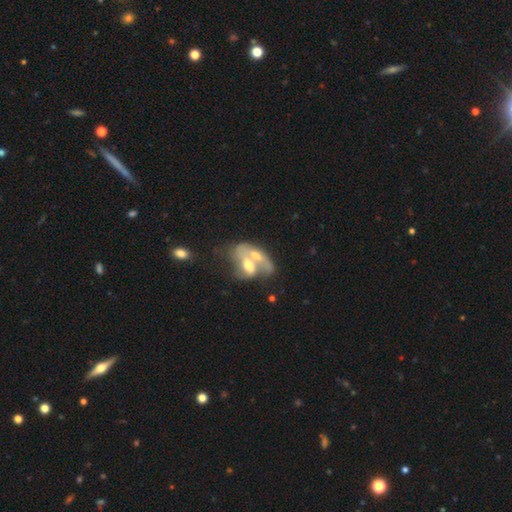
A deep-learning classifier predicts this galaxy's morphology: A featured or disk galaxy (55%) with no bar (63%), no spiral arms (59%) and a moderate central bulge (63%). Merging: merger (76%).